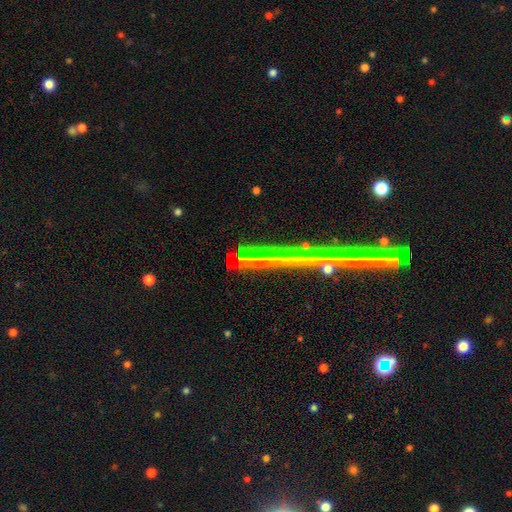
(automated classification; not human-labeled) smooth-or-featured: featured or disk: 42% | smooth: 32% | star or artifact: 26%
  merging: none: 81% | minor disturbance: 12% | merger: 4% | major disturbance: 3%